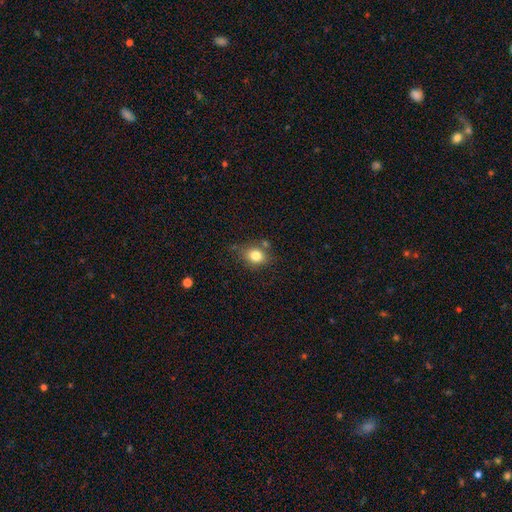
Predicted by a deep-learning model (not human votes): Q: Smooth or featured?
A: smooth (81%); runner-up: star or artifact (10%)
Q: How rounded?
A: in between (51%); runner-up: round (48%)
Q: Merging?
A: none (68%); runner-up: minor disturbance (18%)